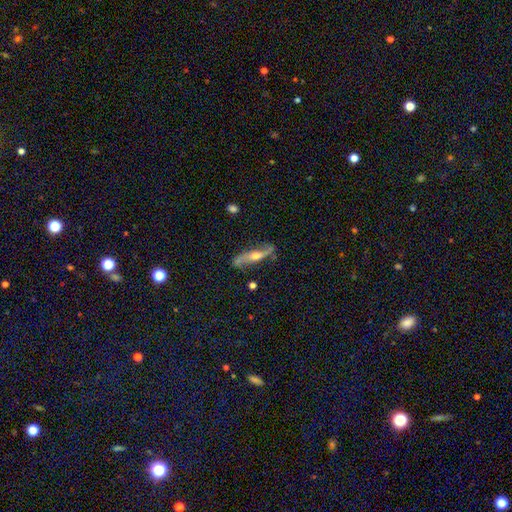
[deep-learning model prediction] Smooth or featured? Predicted: featured or disk (p=0.71). Edge-on disk? Predicted: yes (p=0.50, tied with no). Merging? Predicted: none (p=0.70).